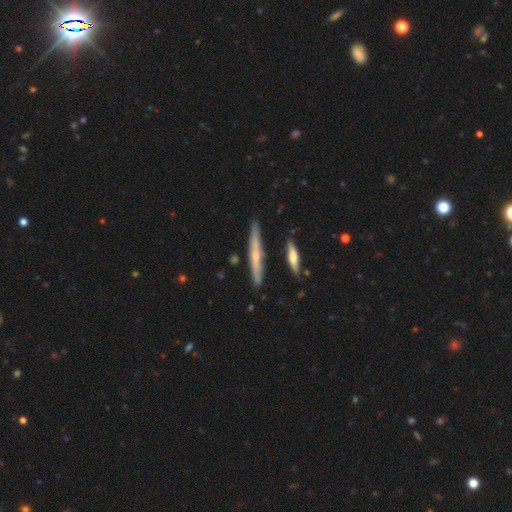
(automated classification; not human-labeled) A featured or disk galaxy (51%) viewed edge-on (93%).

Vote fractions:
- Smooth or featured? featured or disk: 51% / smooth: 42% / star or artifact: 7%
- Edge-on disk? yes: 93% / no: 7%
- Merging? none: 85% / minor disturbance: 10% / merger: 4% / major disturbance: 2%